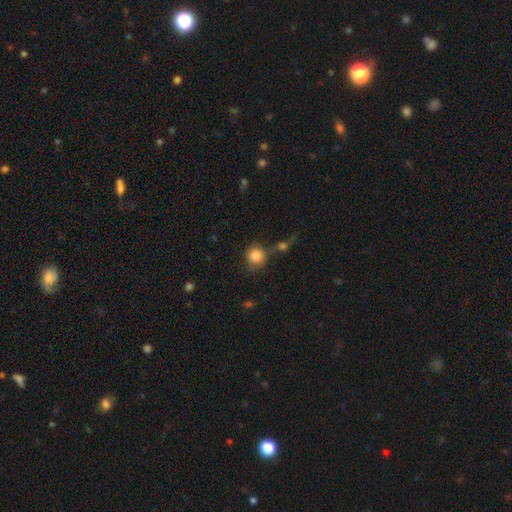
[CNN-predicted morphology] A smooth galaxy with no disk features (86%) that is round (90%). Merging: none (65%).